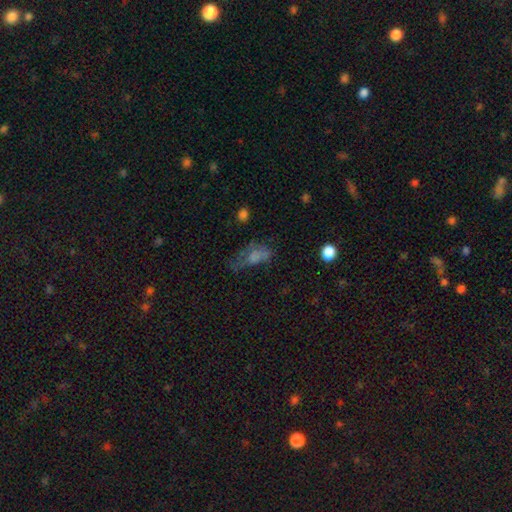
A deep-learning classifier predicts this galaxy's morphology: A smooth galaxy with no disk features (60%) that is in between round and cigar-shaped (79%).

Vote fractions:
- Smooth or featured? smooth: 60% / featured or disk: 25% / star or artifact: 15%
- How rounded? in between: 79% / cigar-shaped: 13% / round: 8%
- Merging? major disturbance: 41% / none: 29% / minor disturbance: 25% / merger: 6%